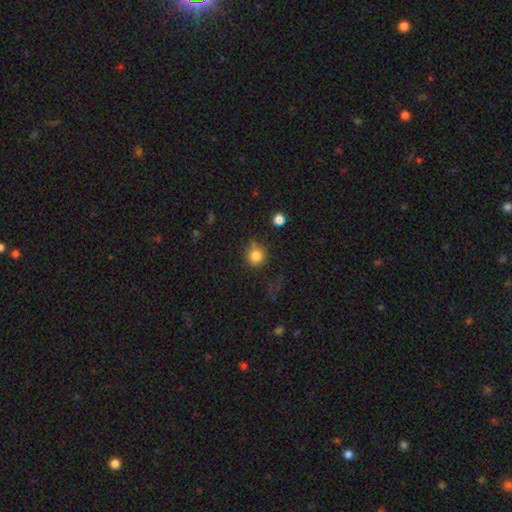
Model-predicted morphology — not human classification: A smooth galaxy with no disk features (83%) that is round (91%). Merging: none (73%).